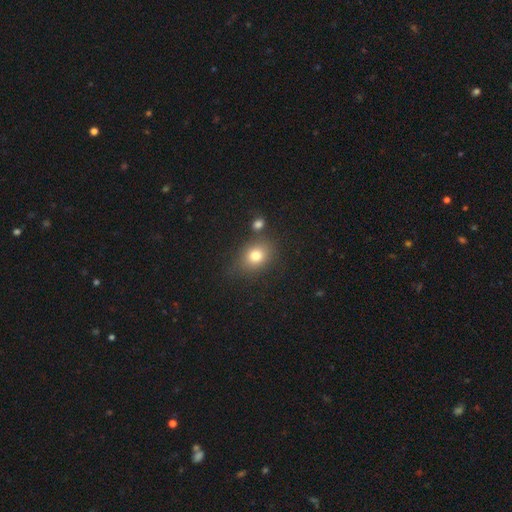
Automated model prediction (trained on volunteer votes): smooth 78%, star or artifact 12%, featured or disk 10%. Down the decision tree: how rounded — in between (50%); merging — none (69%).